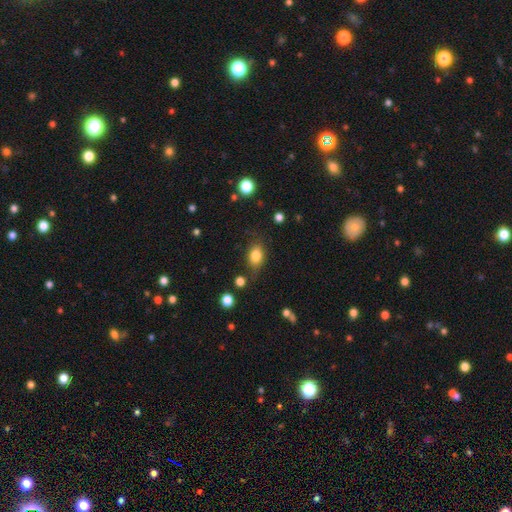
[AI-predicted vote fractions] Overall: smooth (82%). How rounded: in between (73%). Merging: none (74%).